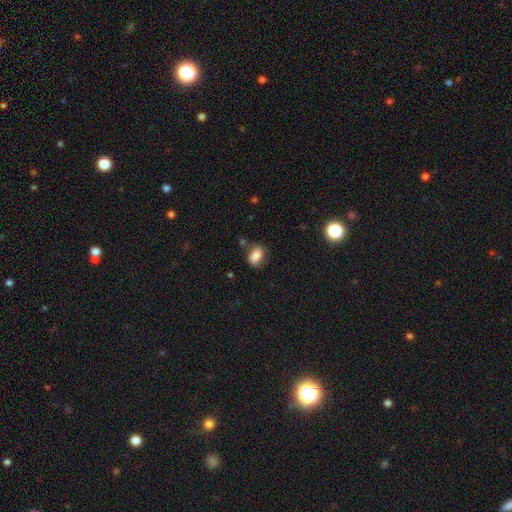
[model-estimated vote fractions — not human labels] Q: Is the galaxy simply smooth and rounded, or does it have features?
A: smooth — 74%.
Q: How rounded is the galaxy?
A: in between — 74%.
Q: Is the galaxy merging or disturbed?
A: none — 63%.